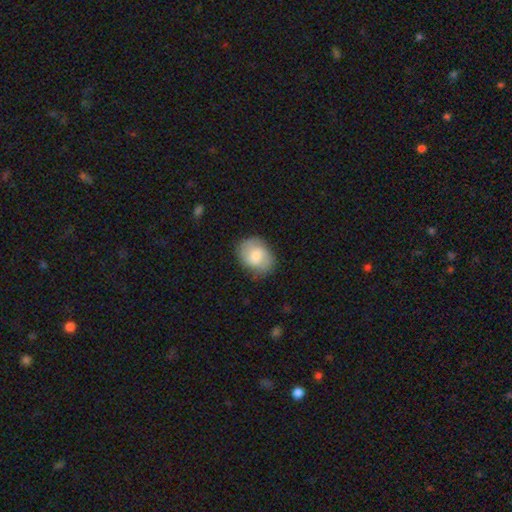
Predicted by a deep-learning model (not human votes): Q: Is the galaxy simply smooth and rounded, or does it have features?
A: smooth — 64%.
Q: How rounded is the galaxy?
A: in between — 60%.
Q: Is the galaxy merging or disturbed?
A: none — 73%.